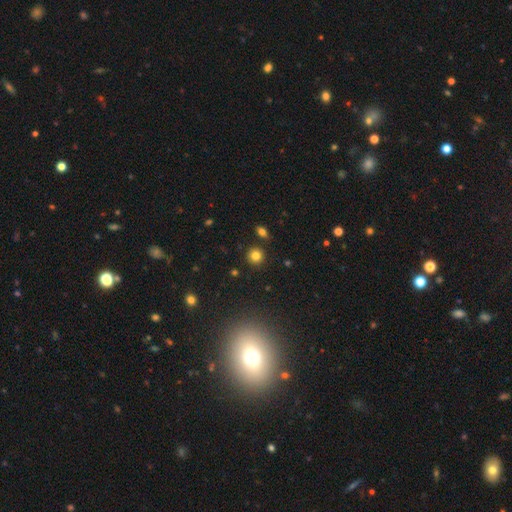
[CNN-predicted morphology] A smooth galaxy with no disk features (80%) that is round (90%).

Vote fractions:
- Smooth or featured? smooth: 80% / star or artifact: 13% / featured or disk: 7%
- How rounded? round: 90% / in between: 9% / cigar-shaped: 1%
- Merging? none: 87% / minor disturbance: 7% / merger: 4% / major disturbance: 2%